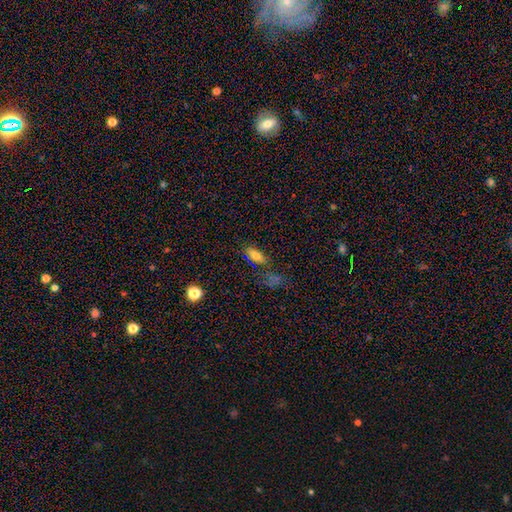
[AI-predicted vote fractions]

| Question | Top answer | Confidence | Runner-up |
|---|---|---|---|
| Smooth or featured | smooth | 67% | star or artifact (21%) |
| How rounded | in between | 79% | cigar-shaped (14%) |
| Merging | none | 76% | minor disturbance (14%) |